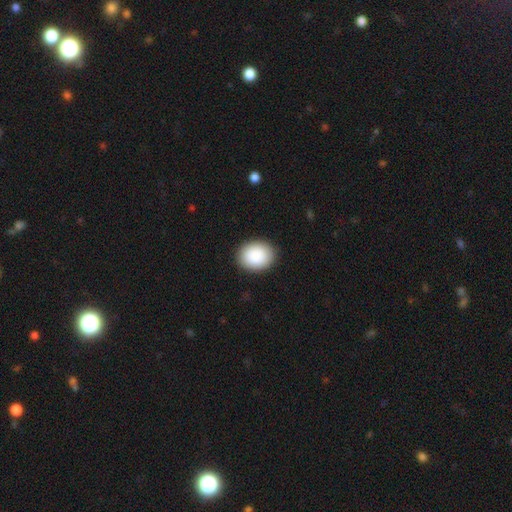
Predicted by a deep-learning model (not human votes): Smooth or featured?
  - smooth: 89% *
  - star or artifact: 7%
  - featured or disk: 4%
How rounded?
  - round: 52% *
  - in between: 48%
  - cigar-shaped: 1%
Merging?
  - none: 89% *
  - minor disturbance: 8%
  - major disturbance: 2%
  - merger: 1%